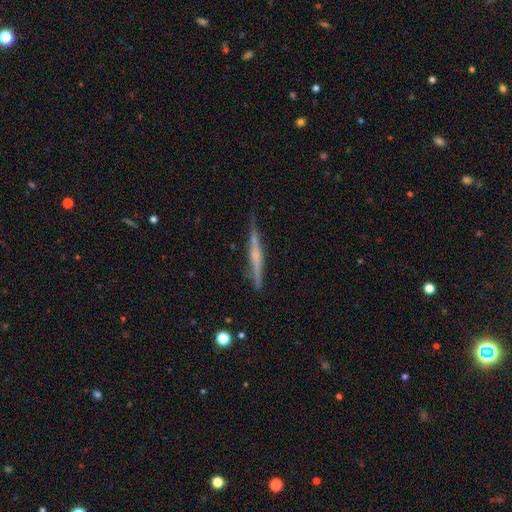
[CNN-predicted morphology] type=featured or disk (65%); edge-on=yes (97%); edge-on bulge=none (44%); merging=none (83%).